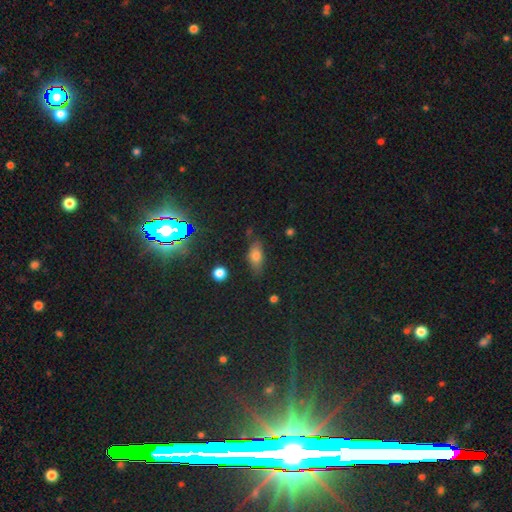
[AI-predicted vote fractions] Overall: smooth (69%). How rounded: in between (78%). Merging: none (74%).